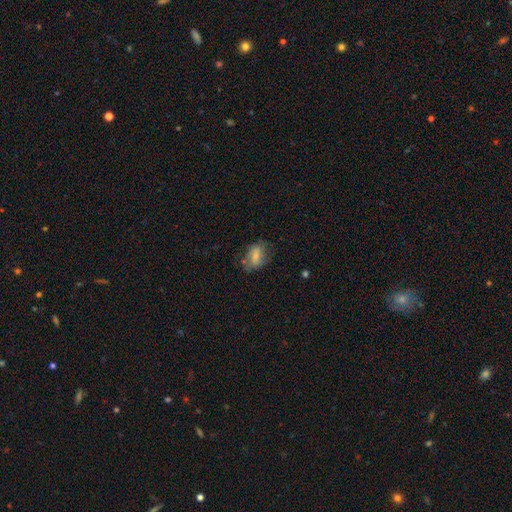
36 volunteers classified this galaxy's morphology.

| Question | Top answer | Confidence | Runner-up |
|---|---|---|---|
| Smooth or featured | smooth | 61% | featured or disk (39%) |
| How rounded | in between | 82% | round (18%) |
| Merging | none | 36% | major disturbance (31%) |